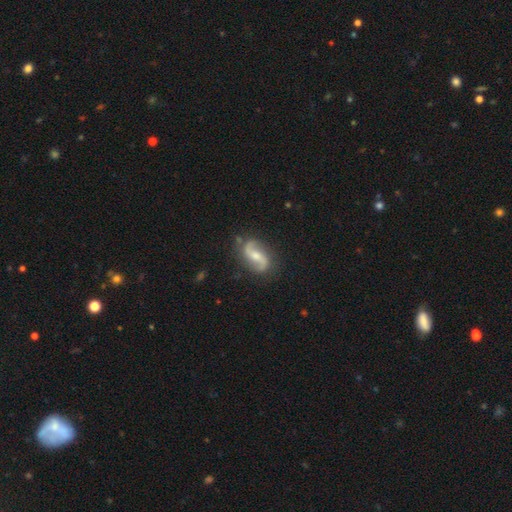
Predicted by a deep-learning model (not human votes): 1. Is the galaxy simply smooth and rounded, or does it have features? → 84% featured or disk, 10% smooth, 5% star or artifact.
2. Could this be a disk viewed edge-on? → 97% no, 3% yes.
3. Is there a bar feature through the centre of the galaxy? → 42% no, 40% weak, 18% strong.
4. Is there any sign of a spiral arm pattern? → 96% yes, 4% no.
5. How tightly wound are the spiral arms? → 65% loose, 27% medium, 8% tight.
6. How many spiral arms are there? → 93% 2, 2% can't tell, 2% 1, 1% 3, 1% 4, 1% more than 4.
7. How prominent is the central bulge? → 49% moderate, 42% small, 4% none, 3% large, 1% dominant.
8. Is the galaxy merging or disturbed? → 80% none, 14% minor disturbance, 4% major disturbance, 2% merger.